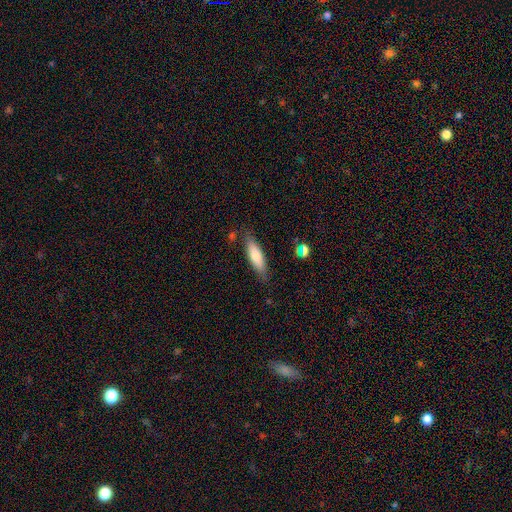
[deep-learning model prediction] Q: Smooth or featured?
A: smooth (74%); runner-up: featured or disk (20%)
Q: How rounded?
A: cigar-shaped (58%); runner-up: in between (41%)
Q: Merging?
A: none (80%); runner-up: minor disturbance (14%)